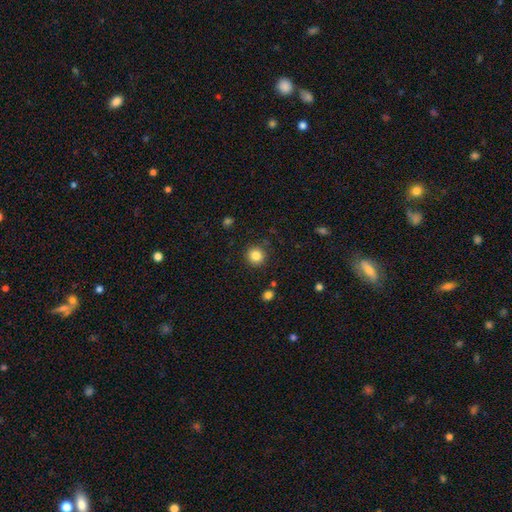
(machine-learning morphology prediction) This is clearly a smooth galaxy (84%). How rounded: clearly round (94%). Merging: clearly none (90%).